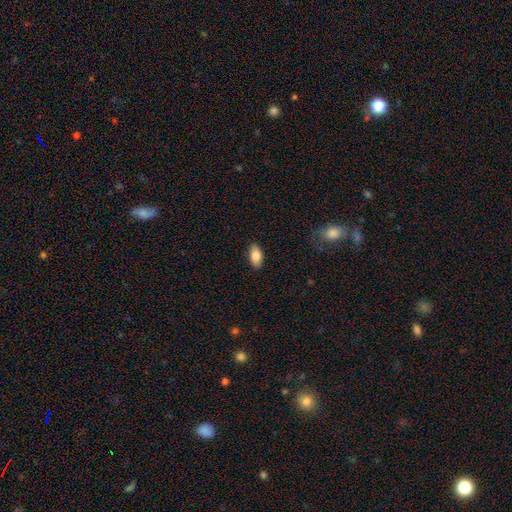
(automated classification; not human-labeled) smooth 85%, featured or disk 8%, star or artifact 7%. Down the decision tree: how rounded — in between (92%); merging — none (88%).